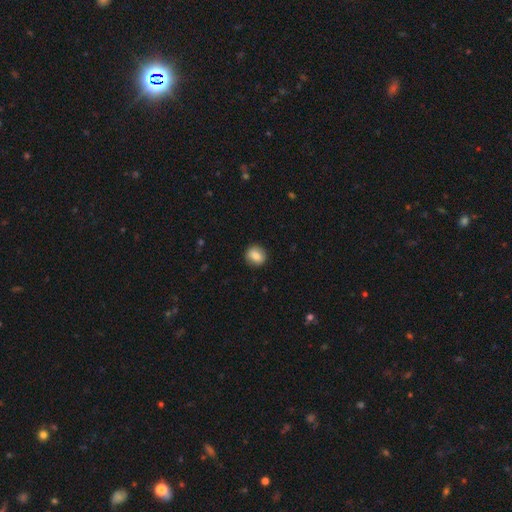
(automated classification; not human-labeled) Smooth or featured?
  - smooth: 82% *
  - featured or disk: 10%
  - star or artifact: 8%
How rounded?
  - round: 74% *
  - in between: 25%
  - cigar-shaped: 1%
Merging?
  - none: 89% *
  - minor disturbance: 8%
  - major disturbance: 2%
  - merger: 1%